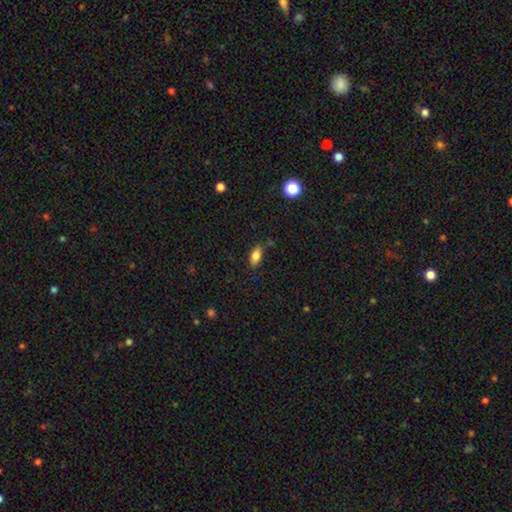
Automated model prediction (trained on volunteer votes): smooth 82%, featured or disk 9%, star or artifact 9%. Down the decision tree: how rounded — in between (89%); merging — none (81%).